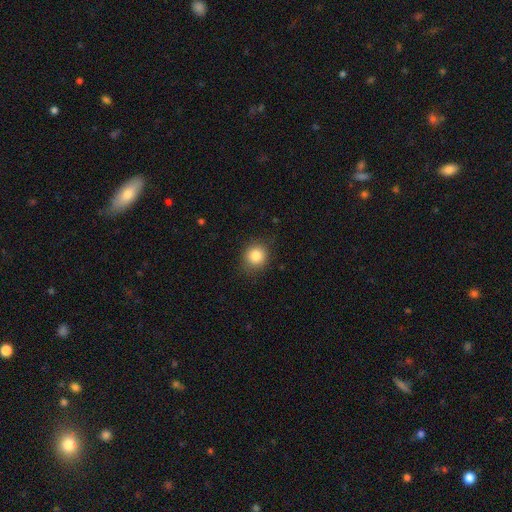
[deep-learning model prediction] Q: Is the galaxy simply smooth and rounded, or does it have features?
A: smooth — 84%.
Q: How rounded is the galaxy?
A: round — 82%.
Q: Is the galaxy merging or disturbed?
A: none — 85%.